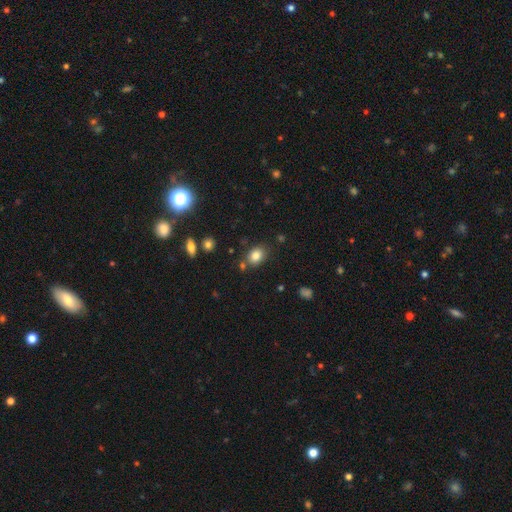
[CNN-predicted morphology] Smooth or featured? Predicted: smooth (p=0.82). How rounded? Predicted: in between (p=0.65). Merging? Predicted: none (p=0.77).